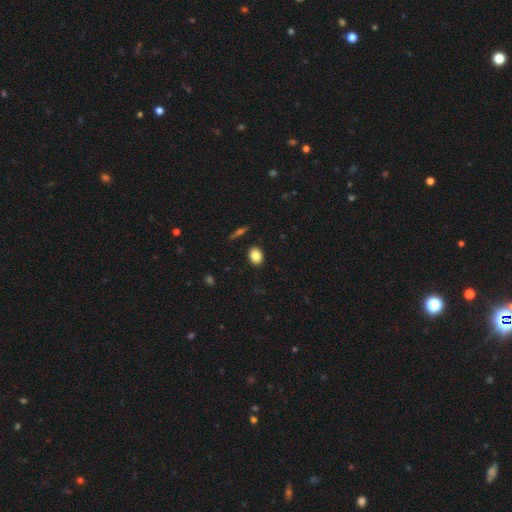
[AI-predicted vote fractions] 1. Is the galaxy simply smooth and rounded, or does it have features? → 84% smooth, 9% star or artifact, 7% featured or disk.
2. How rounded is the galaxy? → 61% in between, 38% round, 2% cigar-shaped.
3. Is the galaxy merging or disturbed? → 89% none, 8% minor disturbance, 2% major disturbance, 2% merger.